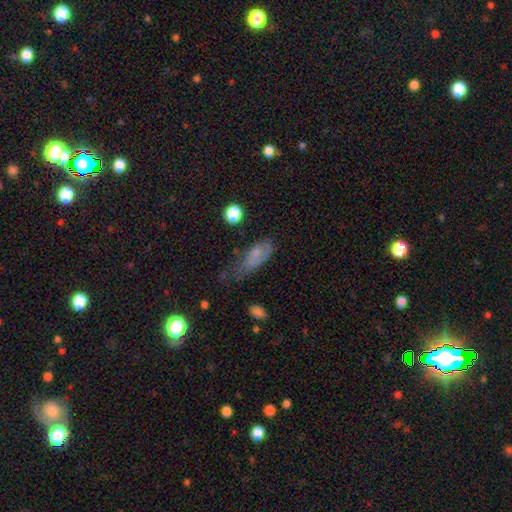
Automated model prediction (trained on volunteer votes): smooth 64%, featured or disk 24%, star or artifact 12%. Down the decision tree: how rounded — in between (76%); merging — minor disturbance (36%).